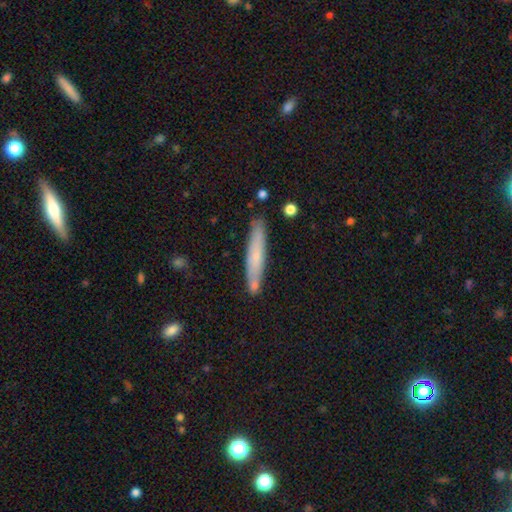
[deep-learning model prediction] A smooth galaxy with no disk features (63%) that is cigar-shaped (92%). Merging: none (81%).